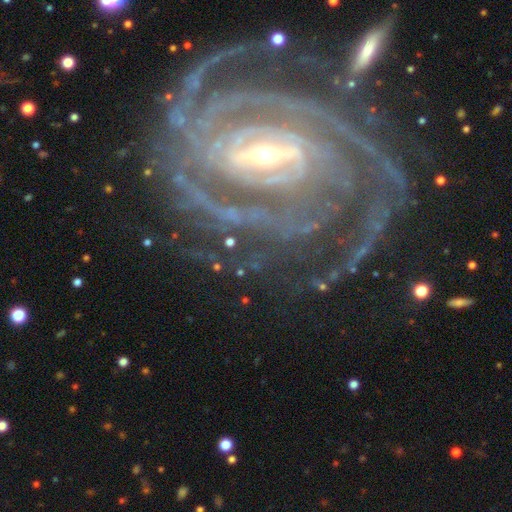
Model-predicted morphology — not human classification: type=featured or disk (92%); edge-on=no (97%); bar=strong (58%); spiral arms=yes (98%); winding=tight (74%); arm count=can't tell (20%); bulge=small (55%); merging=none (70%).